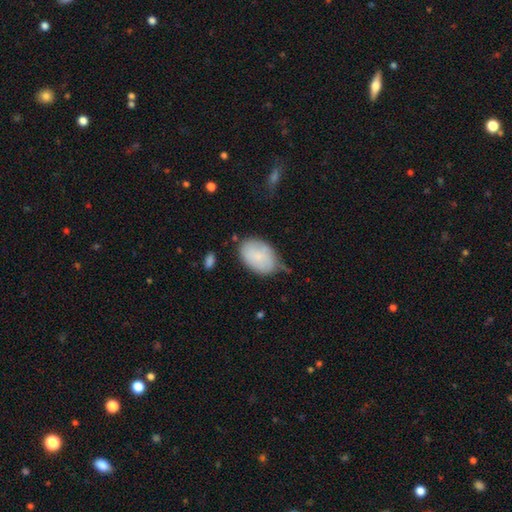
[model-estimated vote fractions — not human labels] smooth 78%, featured or disk 15%, star or artifact 7%. Down the decision tree: how rounded — in between (88%); merging — none (48%).